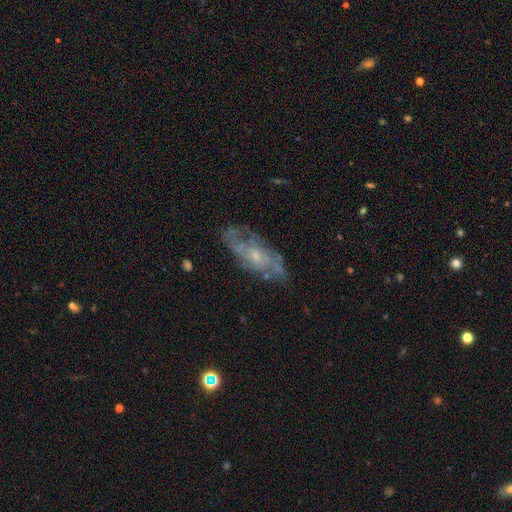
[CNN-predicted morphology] This appears to be a featured or disk galaxy (72%) with no bar (72%), spiral arms (69%) and a small central bulge (53%). Merging: none (68%).